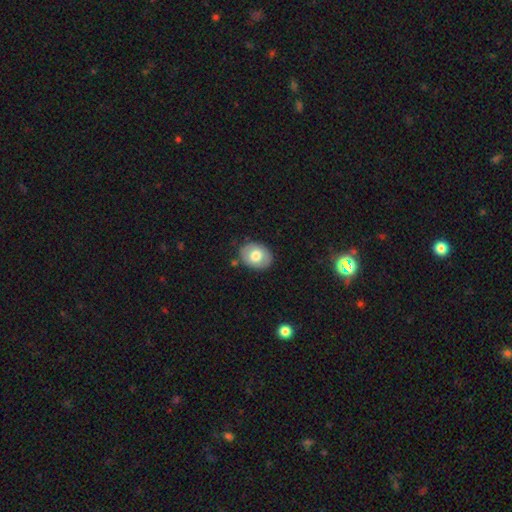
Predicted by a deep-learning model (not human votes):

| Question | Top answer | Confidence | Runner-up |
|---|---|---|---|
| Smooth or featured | smooth | 71% | featured or disk (23%) |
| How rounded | in between | 62% | round (37%) |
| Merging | none | 84% | minor disturbance (11%) |